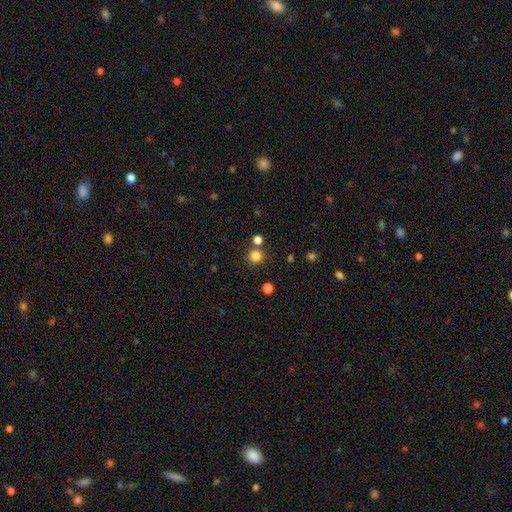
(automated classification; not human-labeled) Smooth or featured?
  - smooth: 81% *
  - star or artifact: 14%
  - featured or disk: 5%
How rounded?
  - round: 93% *
  - in between: 6%
  - cigar-shaped: 1%
Merging?
  - none: 76% *
  - merger: 14%
  - minor disturbance: 7%
  - major disturbance: 3%